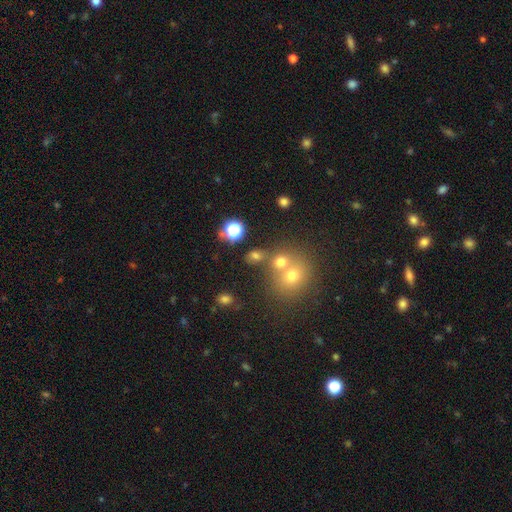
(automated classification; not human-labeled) Overall: smooth (63%; star or artifact 25%). How rounded: round (50%; in between 48%). Merging: none (52%; merger 32%).